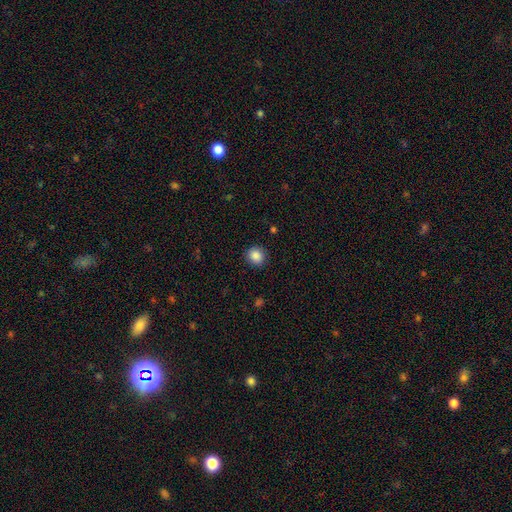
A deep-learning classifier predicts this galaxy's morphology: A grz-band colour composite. It shows a smooth galaxy with no disk features (87%) that is round (84%). Merging: none (89%).